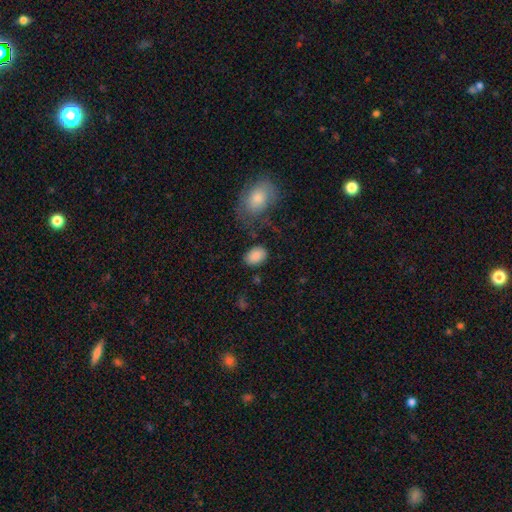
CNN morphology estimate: Q: Smooth or featured?
A: smooth (87%); runner-up: star or artifact (8%)
Q: How rounded?
A: in between (80%); runner-up: round (18%)
Q: Merging?
A: none (77%); runner-up: minor disturbance (13%)